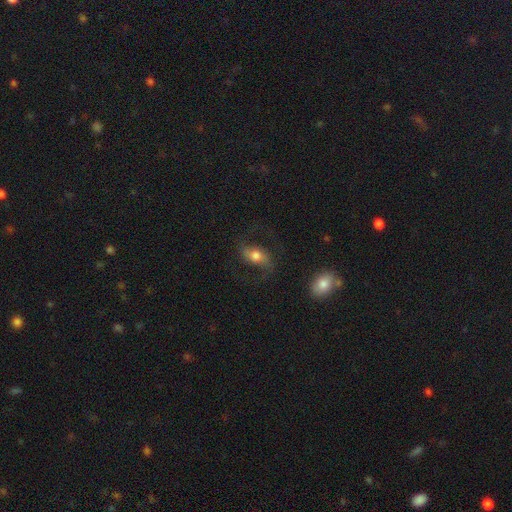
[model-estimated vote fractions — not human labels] Smooth or featured? featured or disk (58%)
Edge-on disk? no (90%)
Bar? no (44%)
Spiral arms? yes (85%)
Bulge size? moderate (55%)
Merging? none (68%)